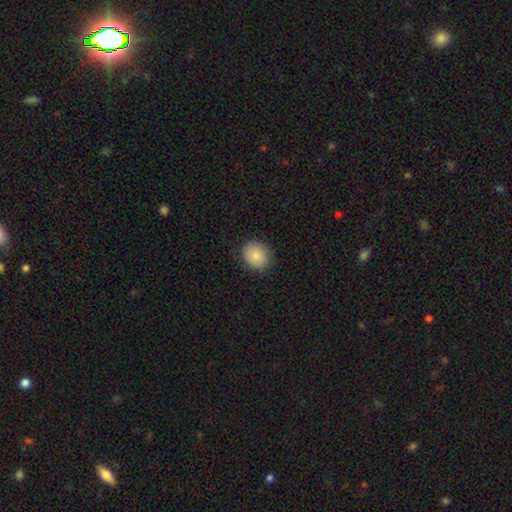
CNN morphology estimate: This is clearly a smooth galaxy (86%). How rounded: likely round (67%). Merging: clearly none (86%).